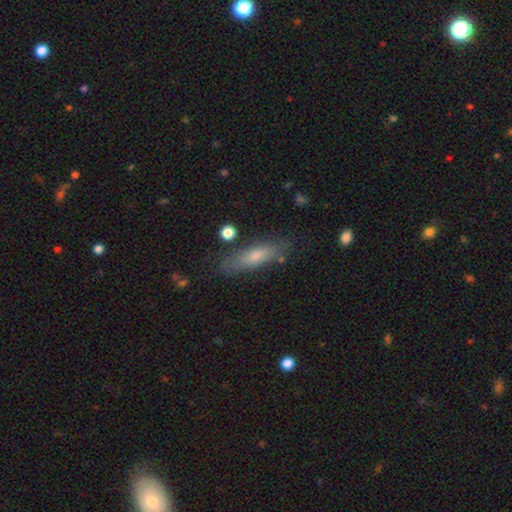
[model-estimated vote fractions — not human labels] smooth 64%, featured or disk 28%, star or artifact 8%. Down the decision tree: how rounded — cigar-shaped (65%); merging — none (80%).